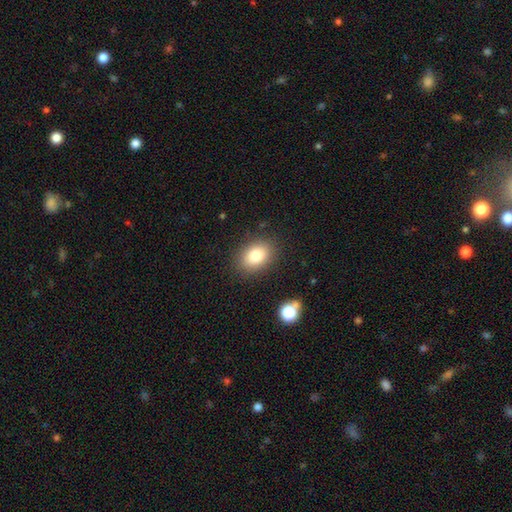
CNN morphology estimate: Smooth or featured? Predicted: smooth (p=0.80). How rounded? Predicted: in between (p=0.74). Merging? Predicted: none (p=0.86).